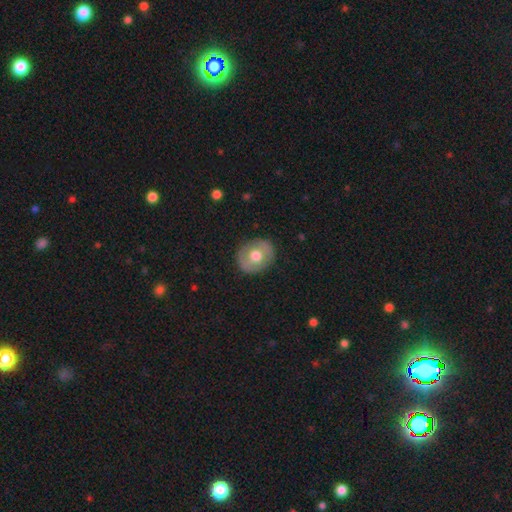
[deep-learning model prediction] This appears to be a smooth galaxy with no disk features (60%) that is round (72%). Merging: none (87%).